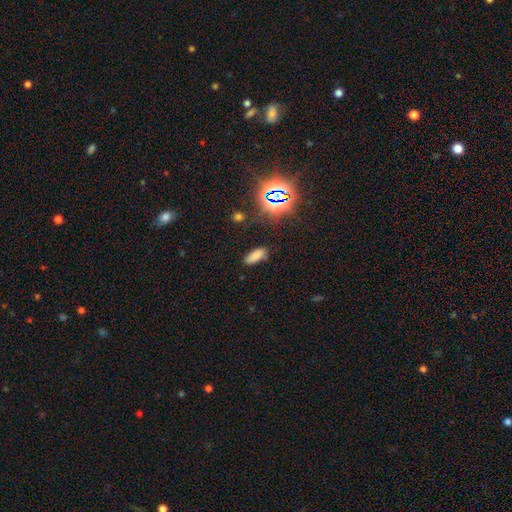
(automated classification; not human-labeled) This appears to be a smooth galaxy with no disk features (73%) that is in between round and cigar-shaped (72%). Merging: none (79%).